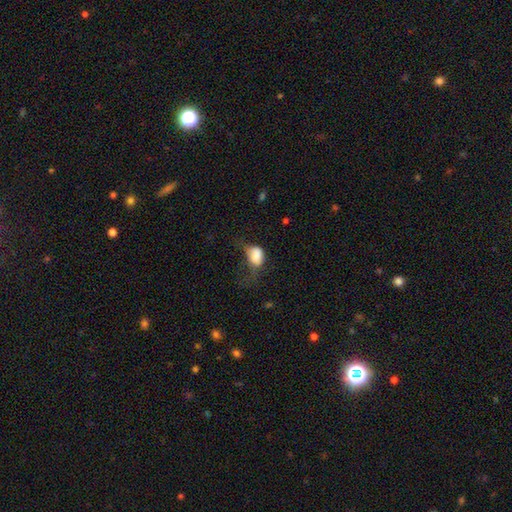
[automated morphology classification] Smooth or featured? Predicted: smooth (p=0.76). How rounded? Predicted: in between (p=0.70). Merging? Predicted: major disturbance (p=0.49).